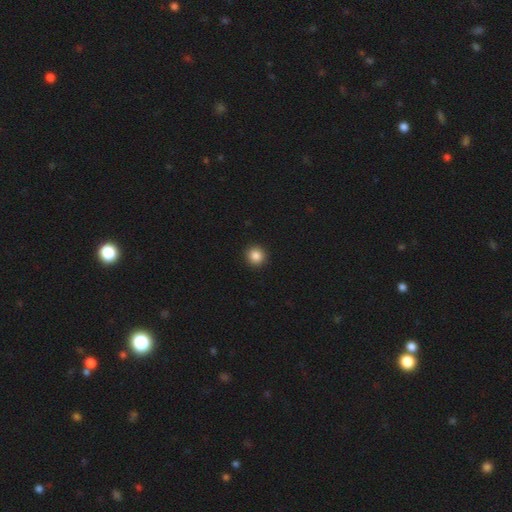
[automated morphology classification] smooth_or_featured: smooth (p=0.86) [alt: star or artifact p=0.11]
how_rounded: round (p=0.94) [alt: in between p=0.05]
merging: none (p=0.94) [alt: minor disturbance p=0.04]